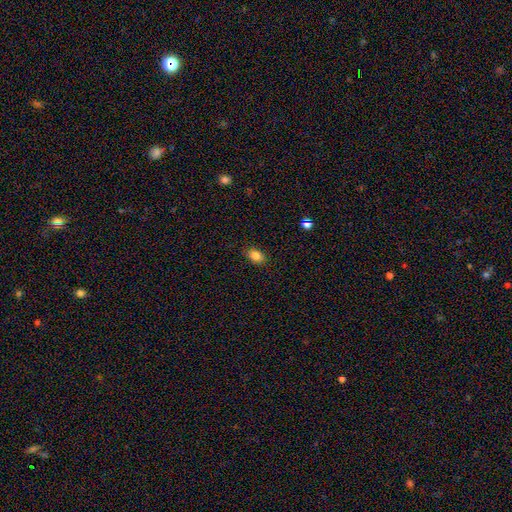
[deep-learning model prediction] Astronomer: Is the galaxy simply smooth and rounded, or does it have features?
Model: smooth — 85%.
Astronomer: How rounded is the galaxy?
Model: in between — 82%.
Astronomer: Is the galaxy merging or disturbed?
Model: none — 87%.